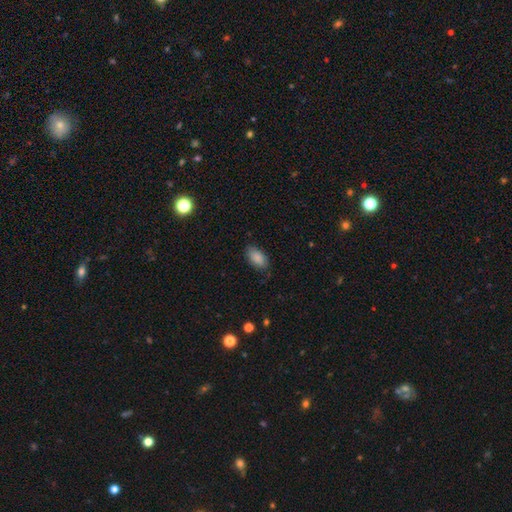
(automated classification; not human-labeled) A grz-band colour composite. It shows a smooth galaxy with no disk features (84%) that is in between round and cigar-shaped (92%). Merging: none (82%).